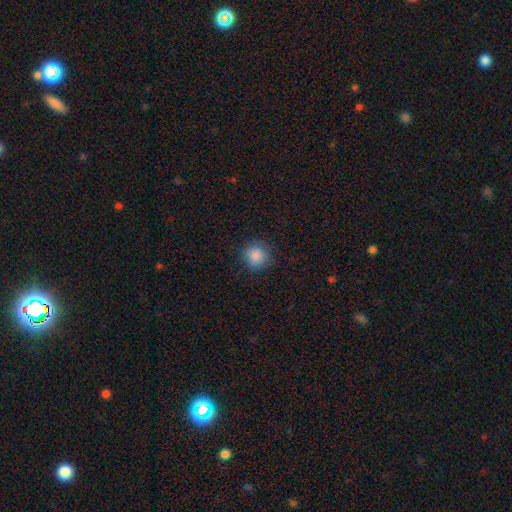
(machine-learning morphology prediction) Smooth or featured? Predicted: smooth (p=0.86). How rounded? Predicted: round (p=0.91). Merging? Predicted: none (p=0.83).